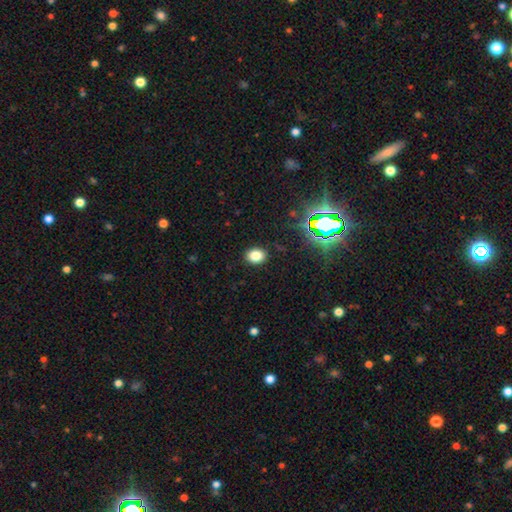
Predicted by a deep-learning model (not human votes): A smooth galaxy with no disk features (79%) that is in between round and cigar-shaped (54%).

Vote fractions:
- Smooth or featured? smooth: 79% / star or artifact: 15% / featured or disk: 6%
- How rounded? in between: 54% / round: 45% / cigar-shaped: 1%
- Merging? none: 89% / minor disturbance: 8% / major disturbance: 2% / merger: 1%